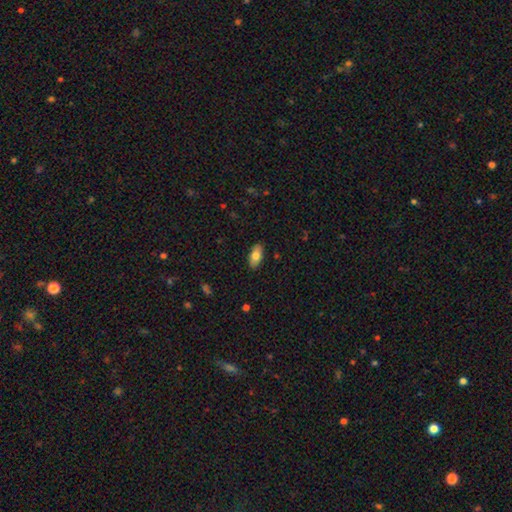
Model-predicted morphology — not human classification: A smooth galaxy with no disk features (77%) that is in between round and cigar-shaped (89%). Merging: none (89%).